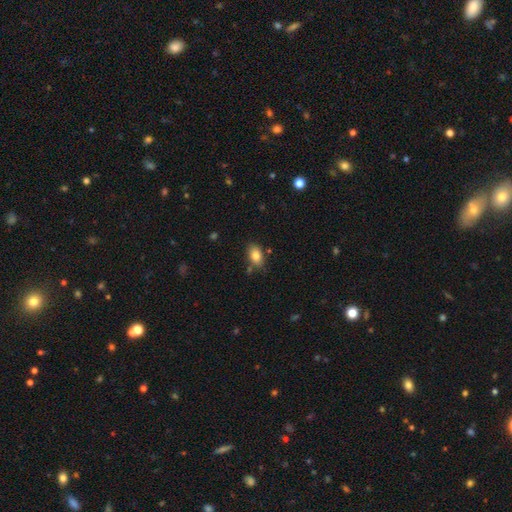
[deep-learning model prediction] A smooth galaxy with no disk features (82%) that is in between round and cigar-shaped (86%). Merging: none (77%).